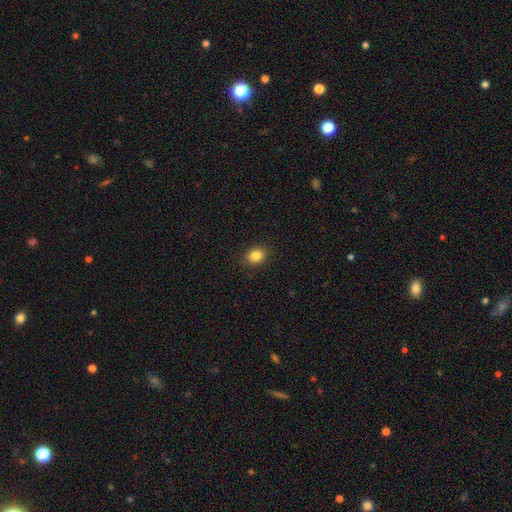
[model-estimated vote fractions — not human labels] Smooth or featured? Predicted: smooth (p=0.84). How rounded? Predicted: round (p=0.66). Merging? Predicted: none (p=0.90).